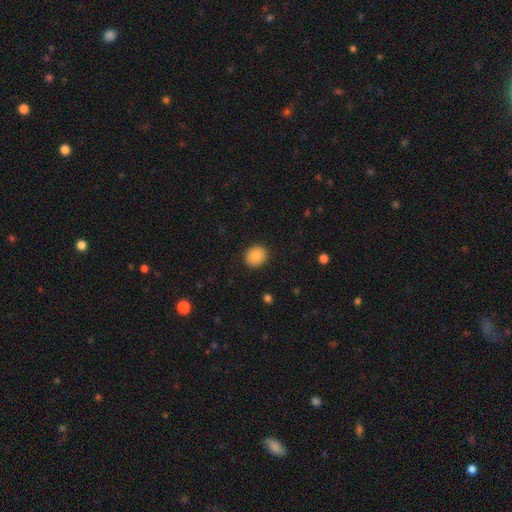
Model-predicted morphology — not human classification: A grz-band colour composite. It shows a smooth galaxy with no disk features (86%) that is round (77%). Merging: none (90%).